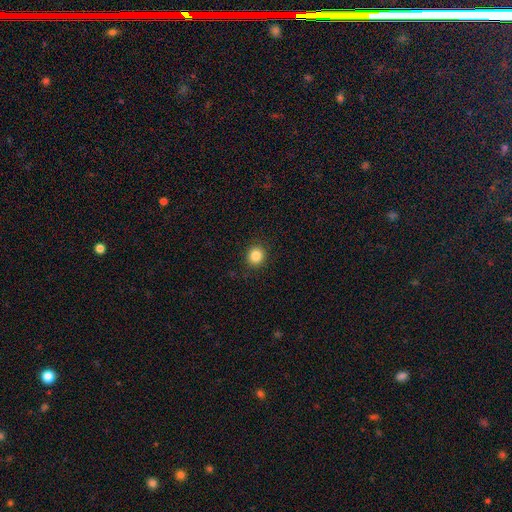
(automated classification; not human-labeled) Smooth or featured? smooth (85%)
How rounded? round (87%)
Merging? none (91%)